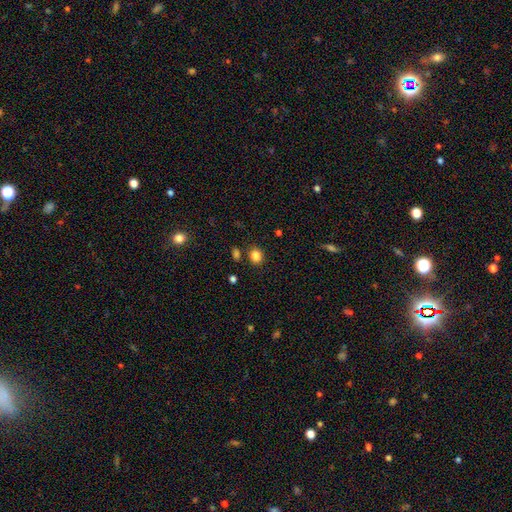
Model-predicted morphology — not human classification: Smooth or featured? smooth (84%)
How rounded? round (65%)
Merging? none (81%)